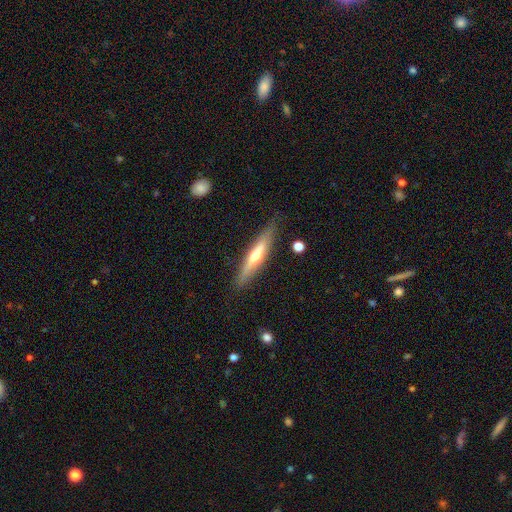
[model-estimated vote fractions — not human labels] Overall: featured or disk (58%; smooth 36%). Edge-on disk: yes (93%). Edge-on bulge: rounded (84%). Merging: none (86%).